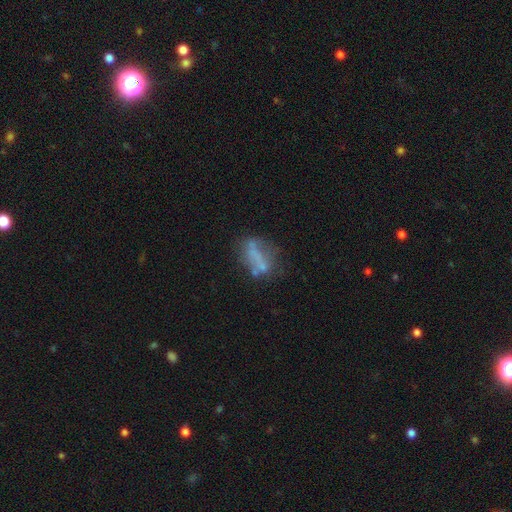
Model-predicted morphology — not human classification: The model was most divided on "smooth or featured": featured or disk: 44%, smooth: 42%, star or artifact: 14%. Remaining: merging — none (44%).